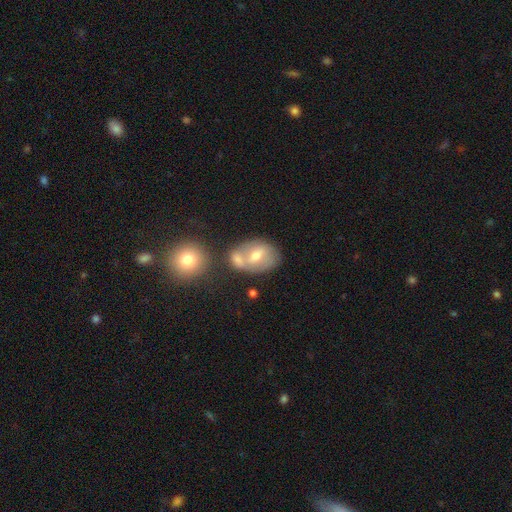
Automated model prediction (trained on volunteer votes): This appears to be a smooth galaxy with no disk features (50%) that is in between round and cigar-shaped (70%). Merging: merger (43%).